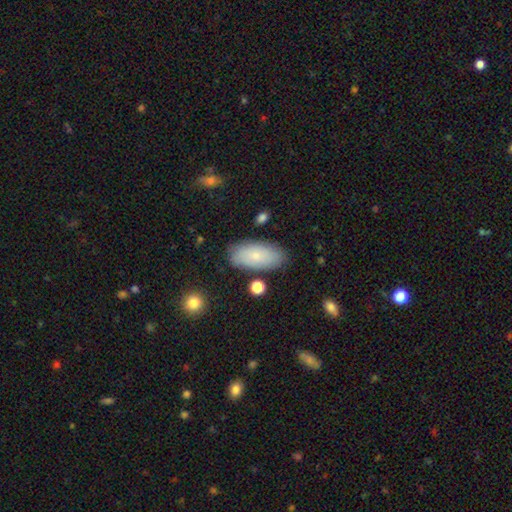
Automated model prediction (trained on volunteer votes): Smooth or featured? smooth (77%)
How rounded? in between (92%)
Merging? none (81%)